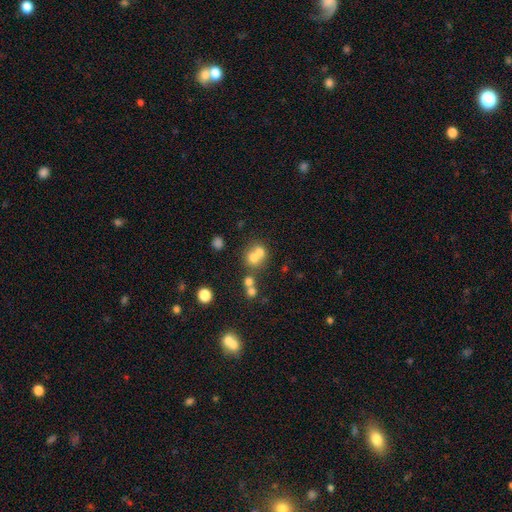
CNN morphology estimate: Smooth or featured?
  - smooth: 64% *
  - featured or disk: 21%
  - star or artifact: 15%
How rounded?
  - round: 79% *
  - in between: 20%
  - cigar-shaped: 1%
Merging?
  - merger: 56% *
  - none: 34%
  - minor disturbance: 6%
  - major disturbance: 4%